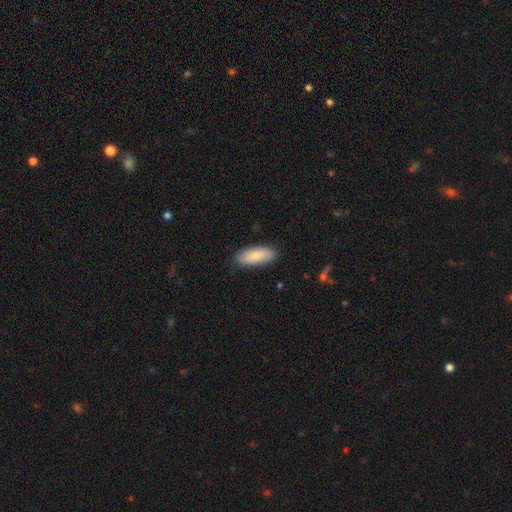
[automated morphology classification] smooth 85%, featured or disk 10%, star or artifact 5%. Down the decision tree: how rounded — in between (73%); merging — none (85%).